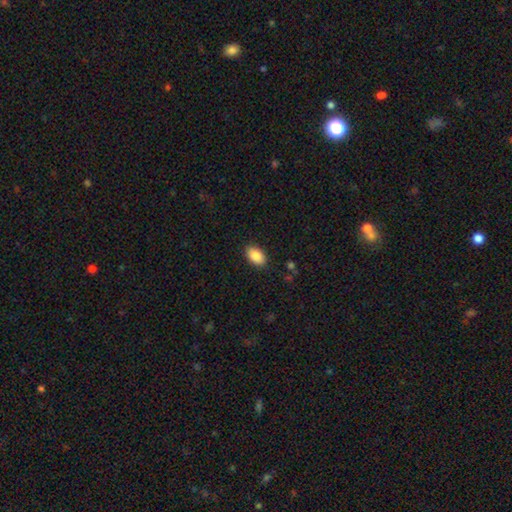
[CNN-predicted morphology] This is clearly a smooth galaxy (88%). How rounded: clearly in between (90%). Merging: clearly none (88%).